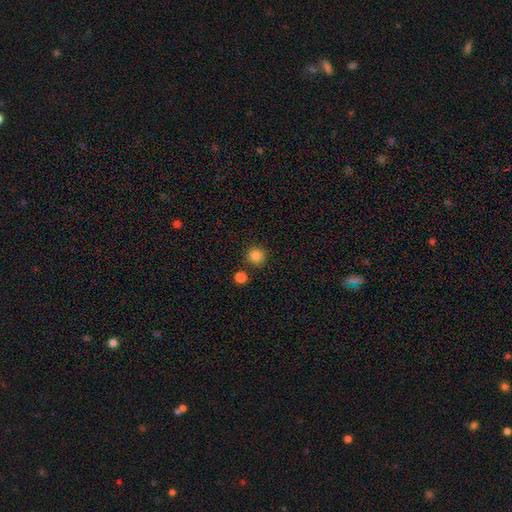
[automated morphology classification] The model was most divided on "smooth or featured": smooth: 85%, star or artifact: 11%, featured or disk: 4%. More confident: how rounded — round (94%); merging — none (85%).